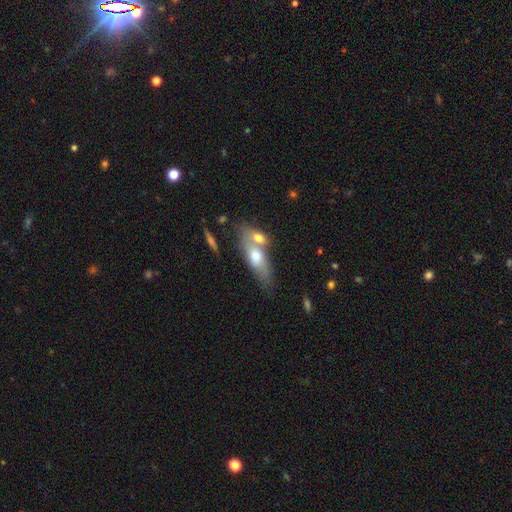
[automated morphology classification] type=smooth (61%); roundness=in between (63%); merging=merger (47%).